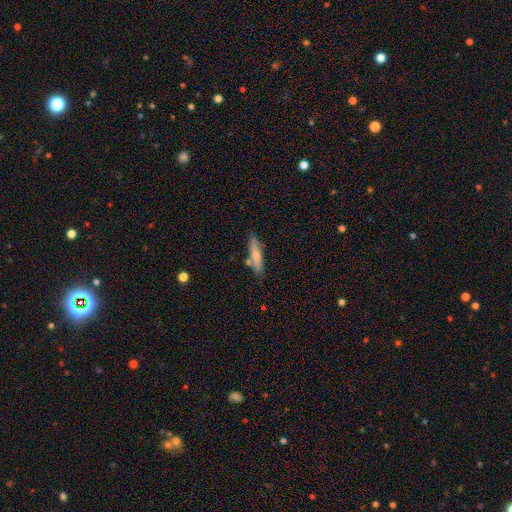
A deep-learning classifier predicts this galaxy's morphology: This appears to be a smooth galaxy with no disk features (60%) that is cigar-shaped (78%). Merging: none (75%).